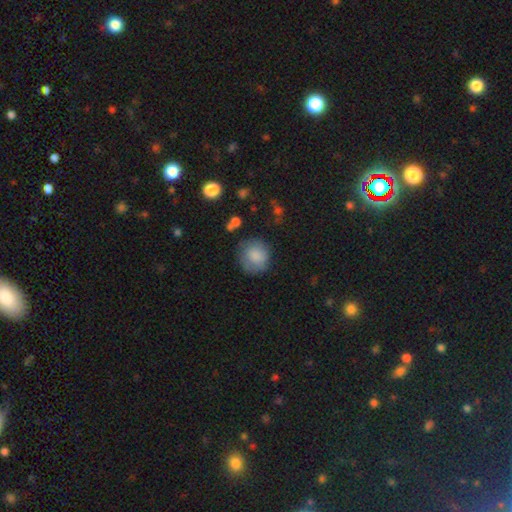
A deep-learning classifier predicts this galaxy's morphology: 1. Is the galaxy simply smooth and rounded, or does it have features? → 83% smooth, 10% featured or disk, 7% star or artifact.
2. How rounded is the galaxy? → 89% round, 10% in between, 1% cigar-shaped.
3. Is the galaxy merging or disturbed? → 74% none, 18% minor disturbance, 6% major disturbance, 2% merger.